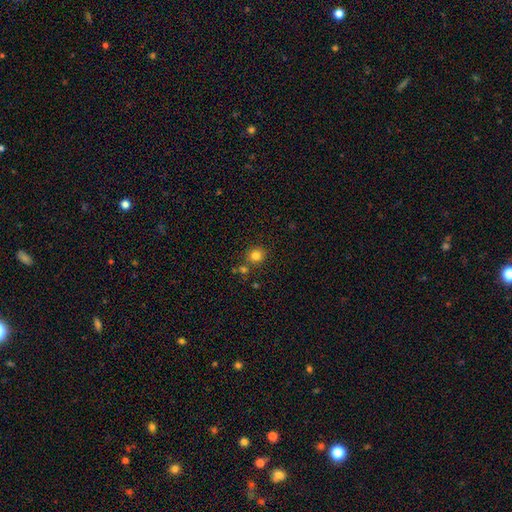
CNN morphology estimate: smooth 81%, star or artifact 13%, featured or disk 5%. Down the decision tree: how rounded — round (88%); merging — none (79%).